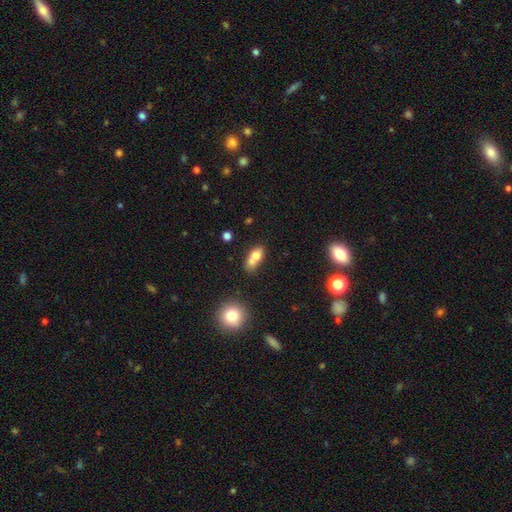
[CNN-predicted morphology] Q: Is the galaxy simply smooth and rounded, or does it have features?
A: smooth — 71%.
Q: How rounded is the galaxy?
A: in between — 69%.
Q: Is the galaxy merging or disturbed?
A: merger — 52%.